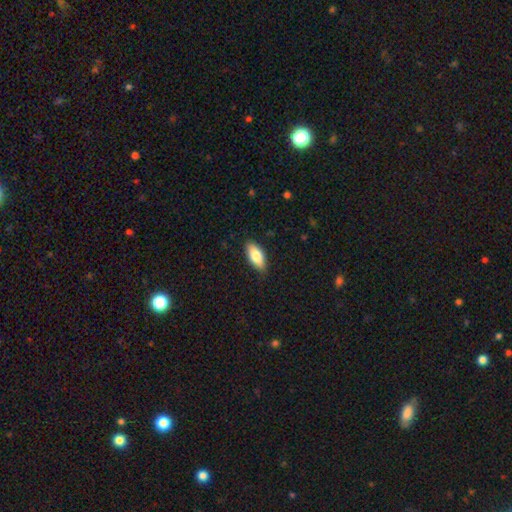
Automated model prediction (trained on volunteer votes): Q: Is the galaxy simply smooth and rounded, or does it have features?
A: smooth — 80%.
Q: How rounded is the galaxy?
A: in between — 88%.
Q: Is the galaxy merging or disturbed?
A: none — 86%.